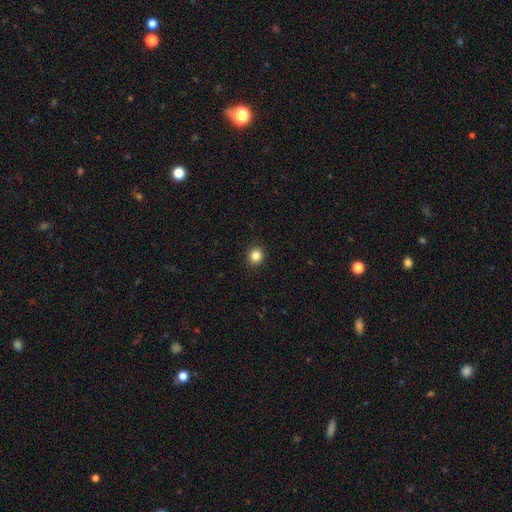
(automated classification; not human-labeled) Smooth or featured?
  - smooth: 85% *
  - star or artifact: 11%
  - featured or disk: 4%
How rounded?
  - round: 90% *
  - in between: 9%
  - cigar-shaped: 1%
Merging?
  - none: 93% *
  - minor disturbance: 5%
  - major disturbance: 2%
  - merger: 1%